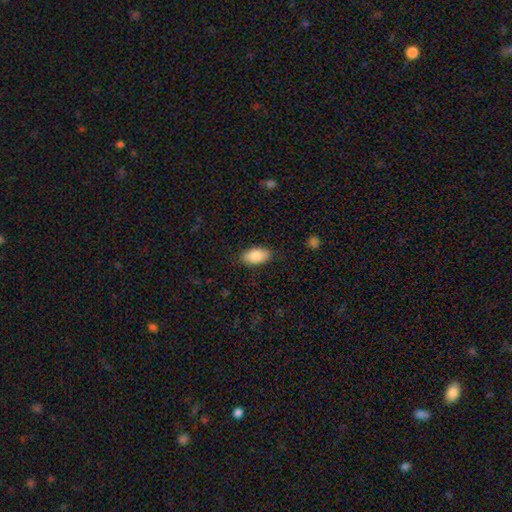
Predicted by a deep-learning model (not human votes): Smooth or featured? Predicted: smooth (p=0.87). How rounded? Predicted: in between (p=0.93). Merging? Predicted: none (p=0.84).